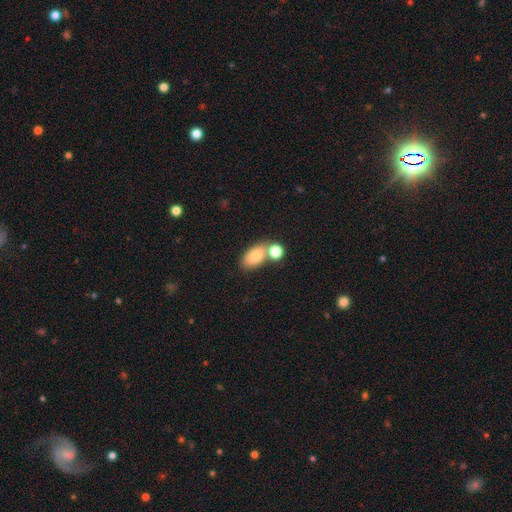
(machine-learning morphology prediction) A smooth galaxy with no disk features (78%) that is in between round and cigar-shaped (87%). Merging: none (51%).